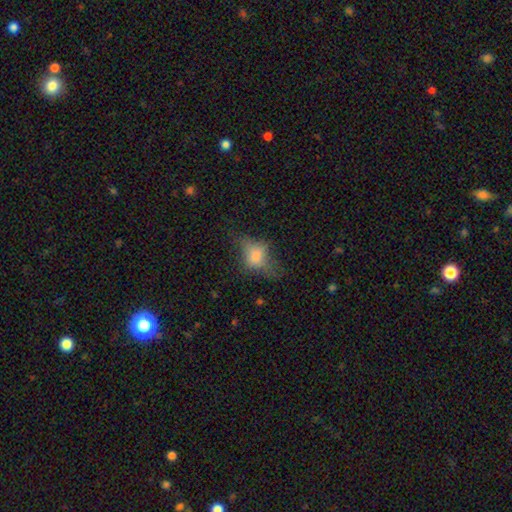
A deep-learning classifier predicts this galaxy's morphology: Overall: smooth (65%). How rounded: in between (66%; round 31%). Merging: major disturbance (36%; none 34%).